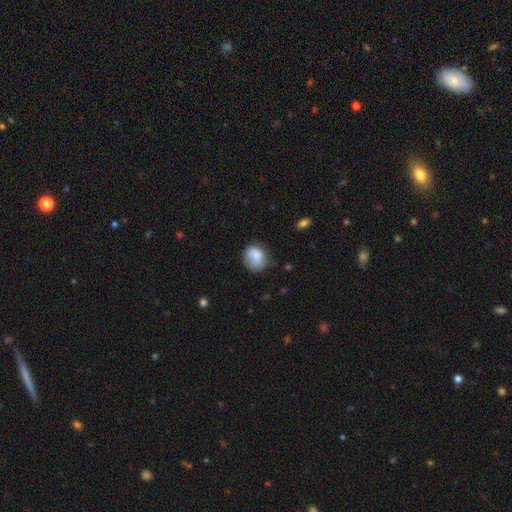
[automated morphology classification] smooth-or-featured: smooth: 82% | featured or disk: 9% | star or artifact: 9%
  how-rounded: round: 62% | in between: 37% | cigar-shaped: 1%
  merging: none: 60% | minor disturbance: 28% | major disturbance: 9% | merger: 3%